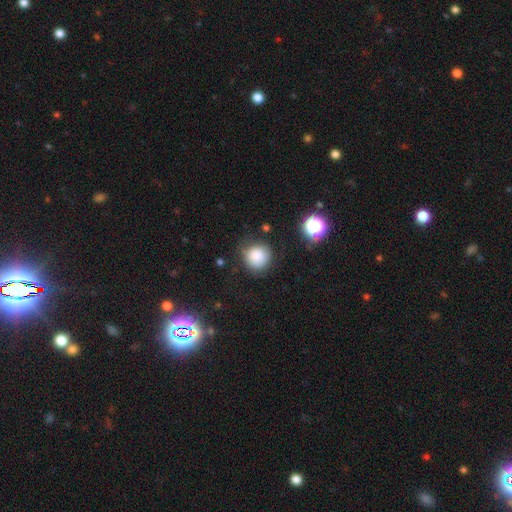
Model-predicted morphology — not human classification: Smooth or featured?
  - smooth: 83% *
  - star or artifact: 10%
  - featured or disk: 7%
How rounded?
  - round: 89% *
  - in between: 10%
  - cigar-shaped: 1%
Merging?
  - none: 74% *
  - minor disturbance: 18%
  - major disturbance: 5%
  - merger: 3%